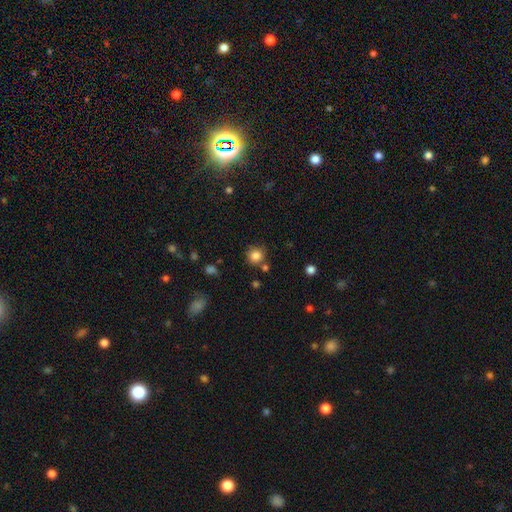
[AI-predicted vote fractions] Q: Smooth or featured?
A: smooth (83%); runner-up: star or artifact (11%)
Q: How rounded?
A: round (91%); runner-up: in between (8%)
Q: Merging?
A: none (77%); runner-up: minor disturbance (12%)